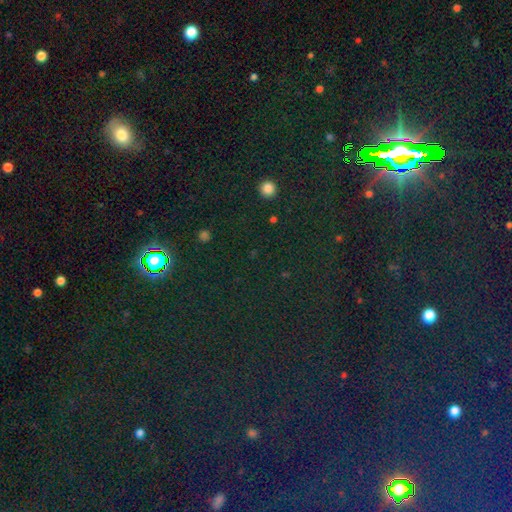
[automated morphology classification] star or artifact 79%, smooth 13%, featured or disk 8%.